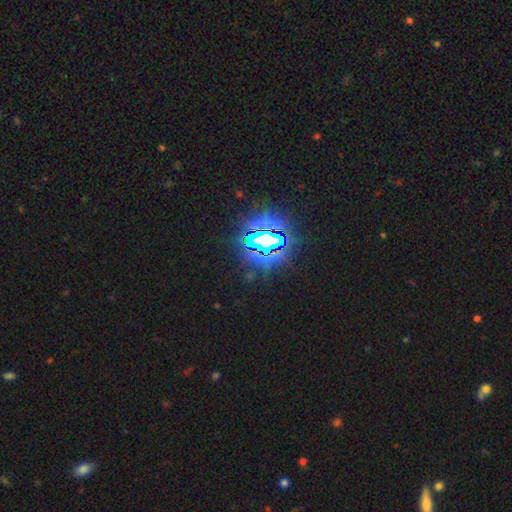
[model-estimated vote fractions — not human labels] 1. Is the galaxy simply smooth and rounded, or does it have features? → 86% star or artifact, 8% smooth, 6% featured or disk.